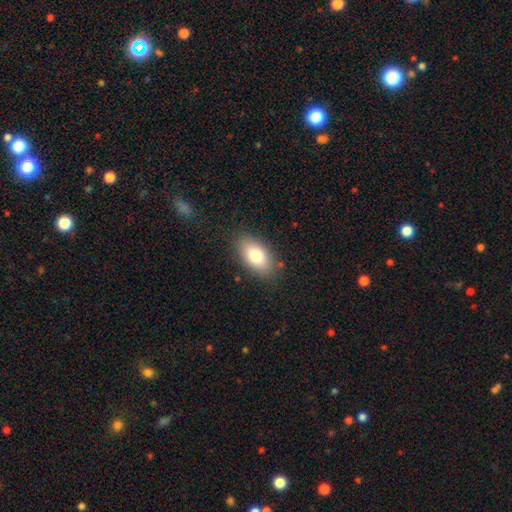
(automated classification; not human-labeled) Overall: smooth (79%). How rounded: in between (91%). Merging: none (85%).